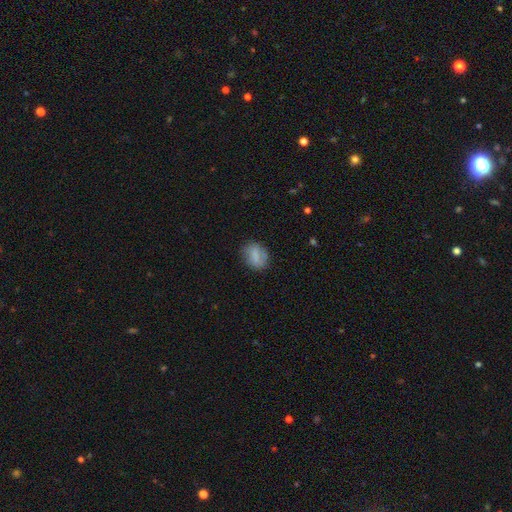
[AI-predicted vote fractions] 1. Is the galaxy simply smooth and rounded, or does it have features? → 75% smooth, 16% featured or disk, 9% star or artifact.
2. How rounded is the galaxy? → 63% in between, 35% round, 2% cigar-shaped.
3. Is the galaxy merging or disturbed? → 71% none, 20% minor disturbance, 6% major disturbance, 3% merger.